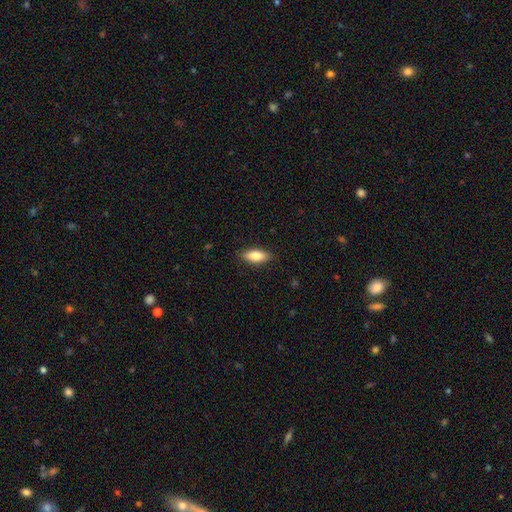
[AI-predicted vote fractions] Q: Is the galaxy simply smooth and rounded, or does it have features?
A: smooth — 81%.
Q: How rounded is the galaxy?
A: in between — 77%.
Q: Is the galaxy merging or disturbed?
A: none — 87%.